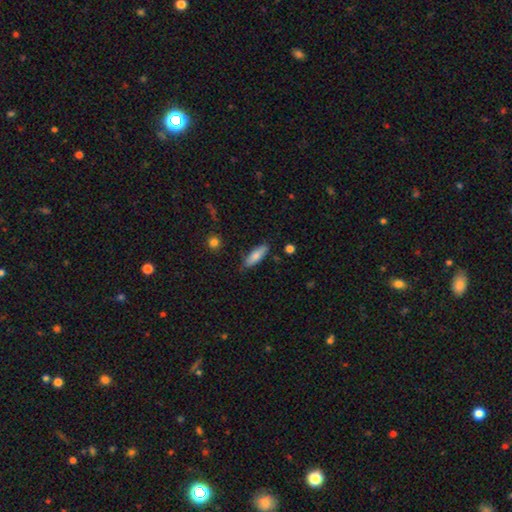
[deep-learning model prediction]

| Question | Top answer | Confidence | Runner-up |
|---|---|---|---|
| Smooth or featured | smooth | 79% | featured or disk (15%) |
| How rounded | in between | 51% | cigar-shaped (47%) |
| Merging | none | 80% | minor disturbance (15%) |